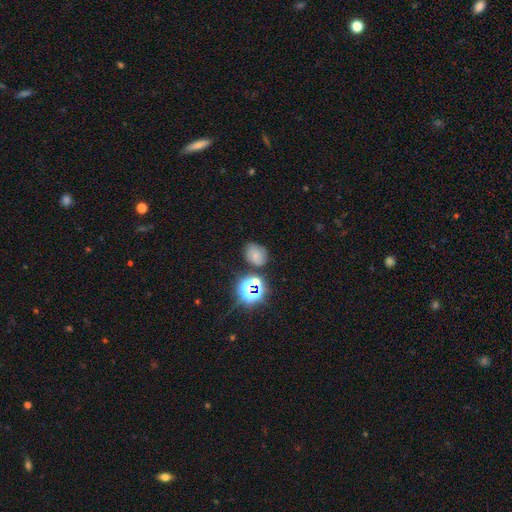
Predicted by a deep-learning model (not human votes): This is possibly a smooth galaxy (52%). How rounded: possibly in between (59%). Merging: likely none (67%).